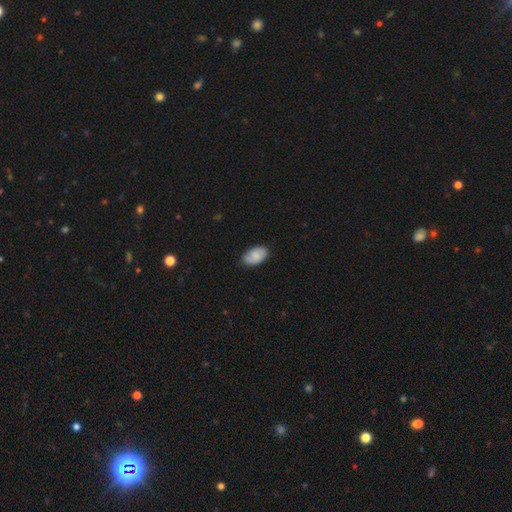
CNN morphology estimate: smooth_or_featured: smooth (p=0.71) [alt: featured or disk p=0.22]
how_rounded: in between (p=0.93) [alt: round p=0.06]
merging: none (p=0.79) [alt: minor disturbance p=0.17]